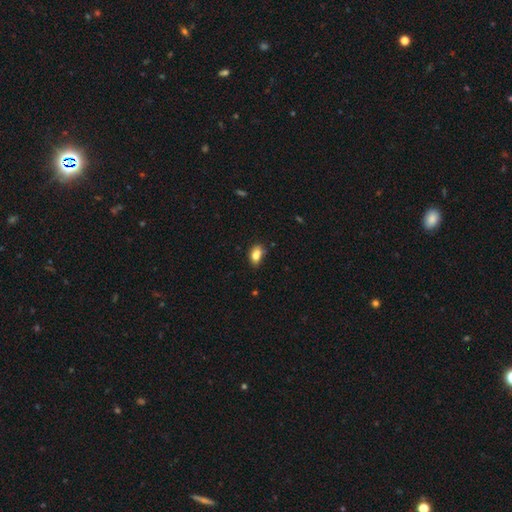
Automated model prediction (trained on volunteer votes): Smooth or featured? Predicted: smooth (p=0.81). How rounded? Predicted: in between (p=0.85). Merging? Predicted: none (p=0.58).